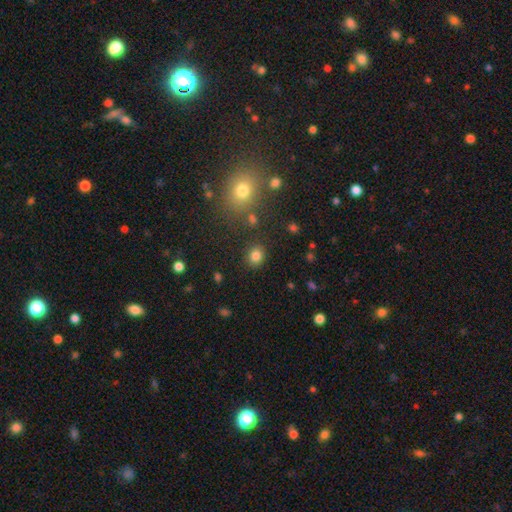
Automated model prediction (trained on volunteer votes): This appears to be a smooth galaxy with no disk features (82%) that is round (67%). Merging: none (85%).